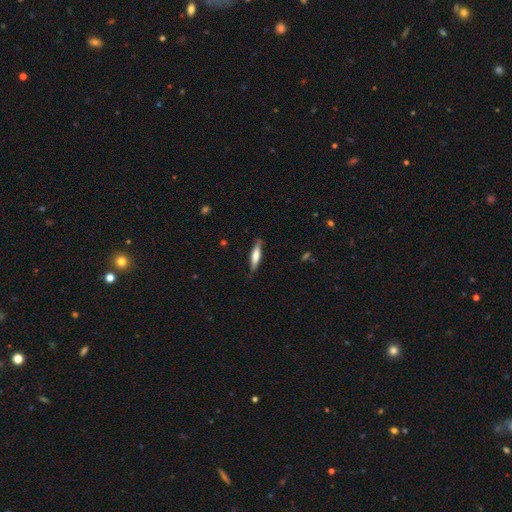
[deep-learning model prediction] The model was most divided on "smooth or featured": smooth: 56%, featured or disk: 39%, star or artifact: 6%. More confident: how rounded — cigar-shaped (81%); merging — none (81%).